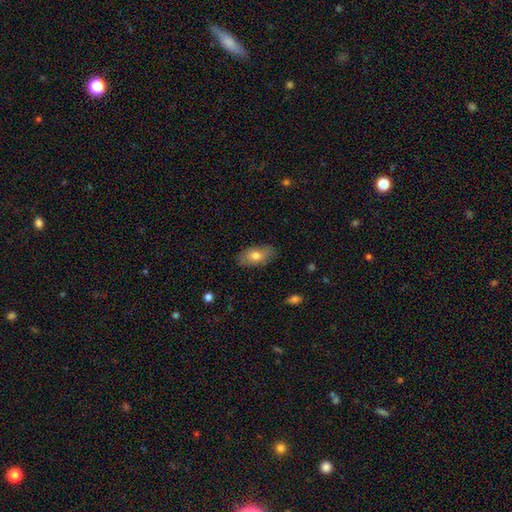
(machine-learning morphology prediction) smooth-or-featured: smooth: 72% | featured or disk: 21% | star or artifact: 7%
  how-rounded: in between: 91% | round: 5% | cigar-shaped: 4%
  merging: none: 81% | minor disturbance: 15% | major disturbance: 3% | merger: 1%